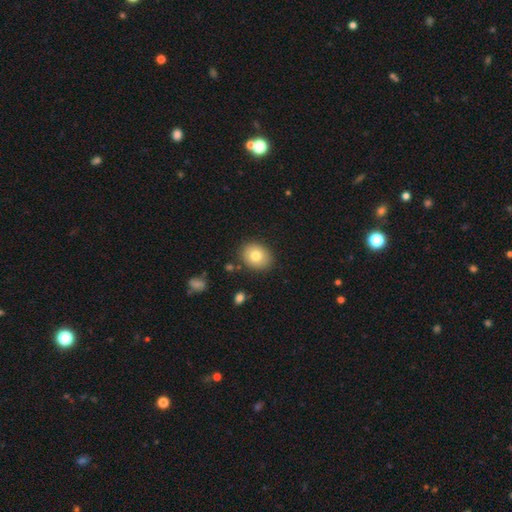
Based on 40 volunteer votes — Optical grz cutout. It shows a smooth galaxy with no disk features (82%) that is round (52%). Merging: none (87%).